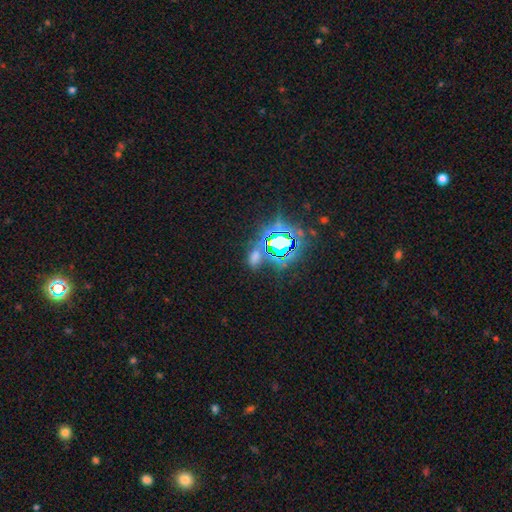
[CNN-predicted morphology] This is likely a star or artifact rather than a galaxy (63%).